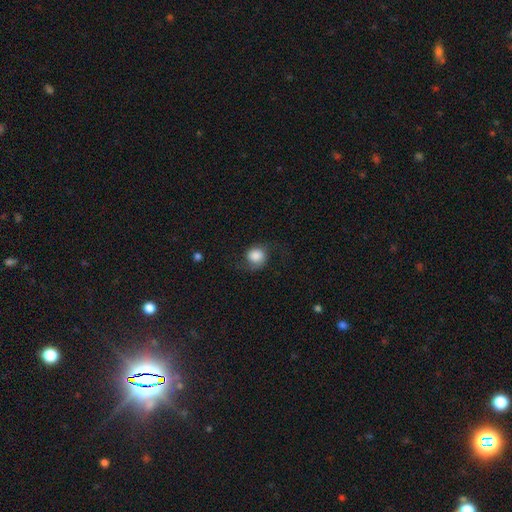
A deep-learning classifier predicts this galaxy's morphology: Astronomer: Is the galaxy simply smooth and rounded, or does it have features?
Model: smooth — 57% (runner-up: featured or disk, 34%).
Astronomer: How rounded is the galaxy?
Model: round — 79%.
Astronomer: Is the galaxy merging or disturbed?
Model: none — 64%.